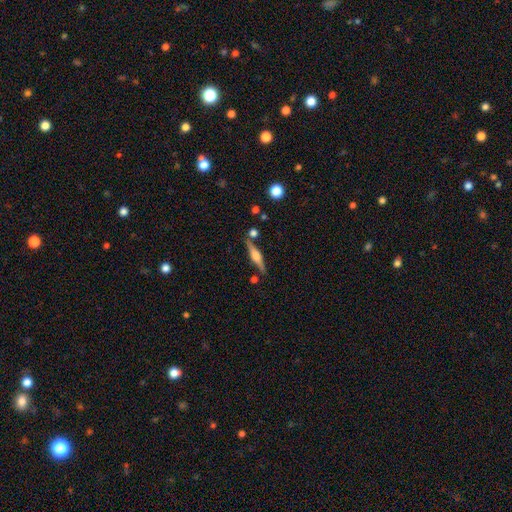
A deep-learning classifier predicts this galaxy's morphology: smooth-or-featured: featured or disk: 72% | smooth: 21% | star or artifact: 7%
  disk-edge-on: yes: 97% | no: 3%
    edge-on-bulge: rounded: 86% | boxy: 11% | none: 3%
  merging: none: 82% | minor disturbance: 10% | merger: 6% | major disturbance: 2%